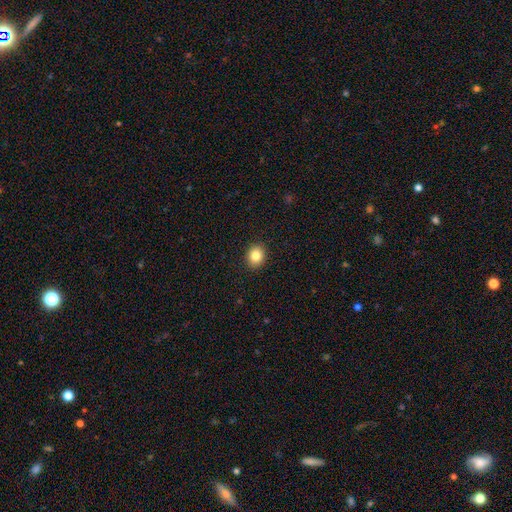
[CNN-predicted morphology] Smooth or featured? smooth (83%)
How rounded? round (68%)
Merging? none (91%)